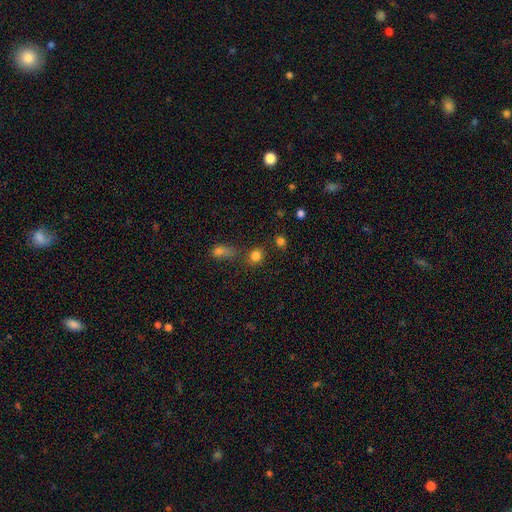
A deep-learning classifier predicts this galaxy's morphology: type=smooth (80%); roundness=round (75%); merging=none (72%).